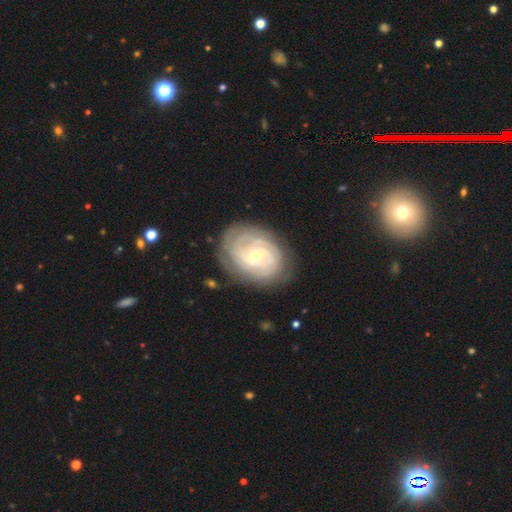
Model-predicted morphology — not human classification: smooth_or_featured: featured or disk (p=0.85) [alt: smooth p=0.10]
disk_edge_on: no (p=0.97) [alt: yes p=0.03]
bar: no (p=0.48) [alt: weak p=0.41]
has_spiral_arms: yes (p=0.94) [alt: no p=0.06]
spiral_winding: tight (p=0.78) [alt: medium p=0.18]
spiral_arm_count: can't tell (p=0.38) [alt: 2 p=0.23]
bulge_size: small (p=0.58) [alt: moderate p=0.39]
merging: none (p=0.78) [alt: minor disturbance p=0.16]